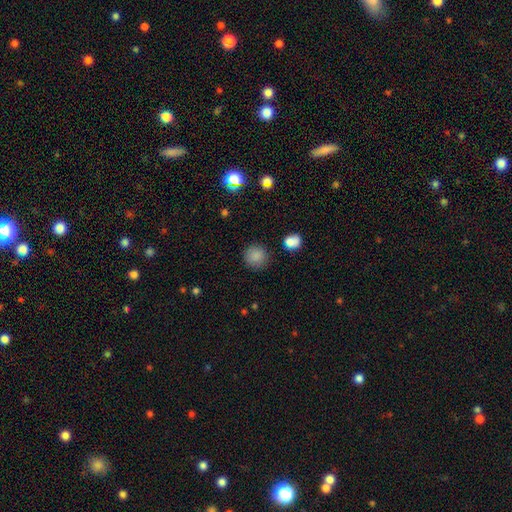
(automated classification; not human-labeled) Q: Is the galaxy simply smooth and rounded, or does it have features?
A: smooth — 84%.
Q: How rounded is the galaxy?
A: round — 93%.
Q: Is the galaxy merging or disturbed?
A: none — 87%.